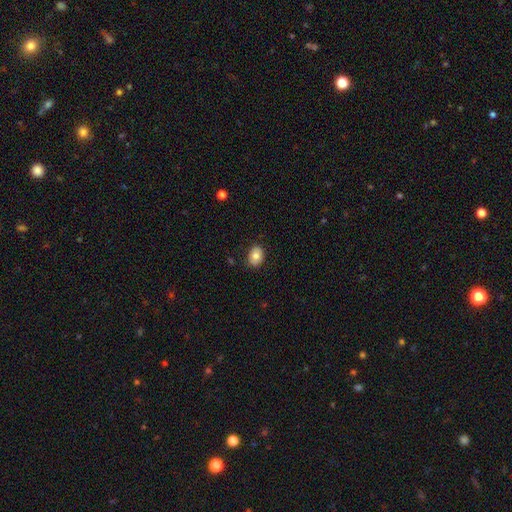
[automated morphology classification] smooth_or_featured: smooth (p=0.82) [alt: featured or disk p=0.10]
how_rounded: in between (p=0.69) [alt: round p=0.30]
merging: none (p=0.83) [alt: minor disturbance p=0.13]